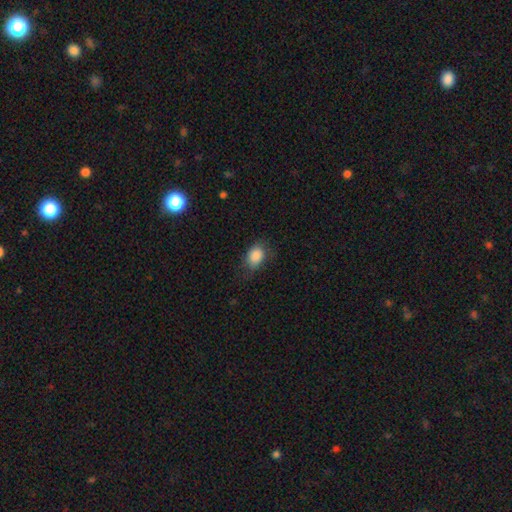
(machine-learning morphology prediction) This appears to be a smooth galaxy with no disk features (87%) that is in between round and cigar-shaped (72%). Merging: none (63%).